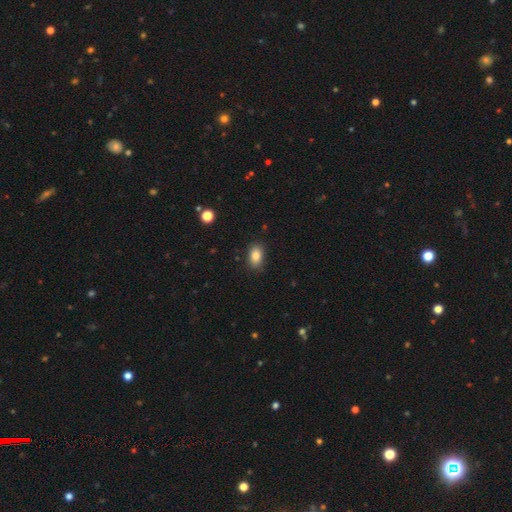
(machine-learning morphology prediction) Smooth or featured?
  - smooth: 84% *
  - star or artifact: 9%
  - featured or disk: 7%
How rounded?
  - in between: 87% *
  - round: 11%
  - cigar-shaped: 2%
Merging?
  - none: 86% *
  - minor disturbance: 11%
  - major disturbance: 2%
  - merger: 1%